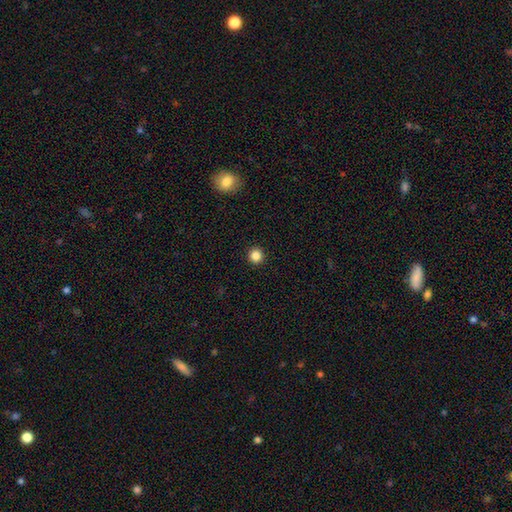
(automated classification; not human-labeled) Smooth or featured? smooth (85%)
How rounded? round (94%)
Merging? none (94%)